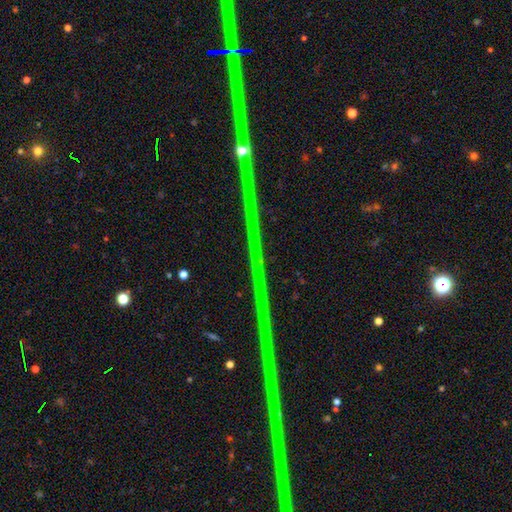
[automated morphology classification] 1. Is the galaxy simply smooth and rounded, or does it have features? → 85% star or artifact, 10% featured or disk, 5% smooth.